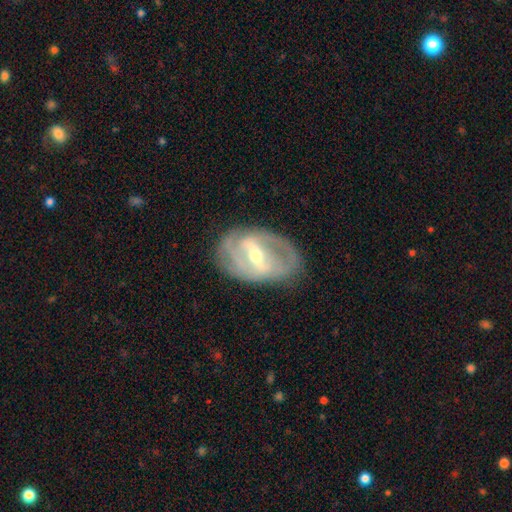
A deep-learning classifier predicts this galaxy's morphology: Smooth or featured?
  - featured or disk: 84% *
  - smooth: 10%
  - star or artifact: 6%
Edge-on disk?
  - no: 94% *
  - yes: 6%
Bar?
  - strong: 66% *
  - weak: 28%
  - no: 7%
Spiral arms?
  - yes: 84% *
  - no: 16%
Spiral winding?
  - tight: 48% *
  - medium: 39%
  - loose: 14%
Spiral arm count?
  - 2: 56% *
  - can't tell: 23%
  - 3: 12%
  - 1: 4%
  - 4: 3%
  - more than 4: 2%
Bulge size?
  - moderate: 53% *
  - small: 43%
  - large: 3%
  - none: 1%
  - dominant: 1%
Merging?
  - none: 75% *
  - minor disturbance: 17%
  - major disturbance: 7%
  - merger: 1%